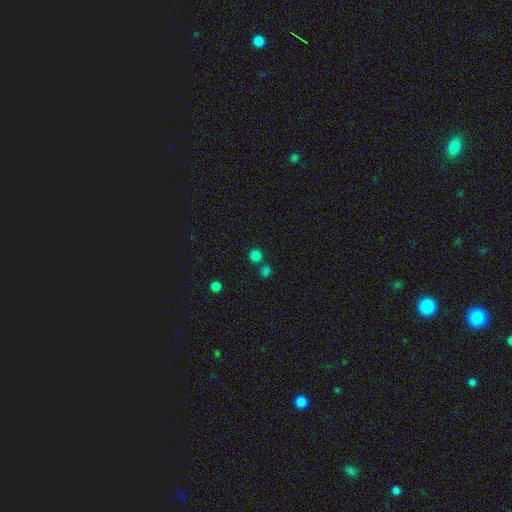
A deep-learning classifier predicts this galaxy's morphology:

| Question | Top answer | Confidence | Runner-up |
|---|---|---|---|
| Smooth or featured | smooth | 78% | star or artifact (17%) |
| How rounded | round | 92% | in between (7%) |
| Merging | none | 68% | merger (22%) |